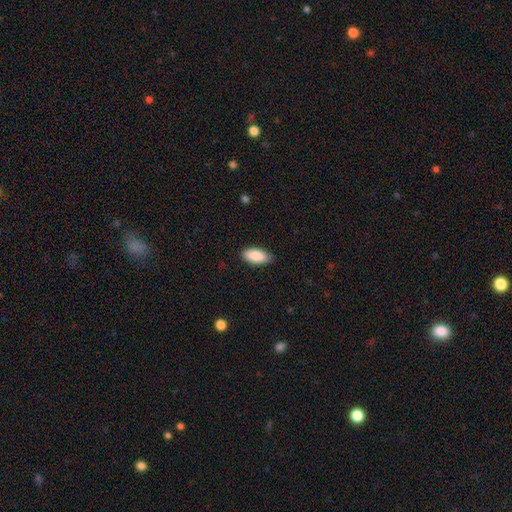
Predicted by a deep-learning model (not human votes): smooth_or_featured: smooth (p=0.89) [alt: star or artifact p=0.06]
how_rounded: in between (p=0.90) [alt: cigar-shaped p=0.08]
merging: none (p=0.85) [alt: minor disturbance p=0.11]